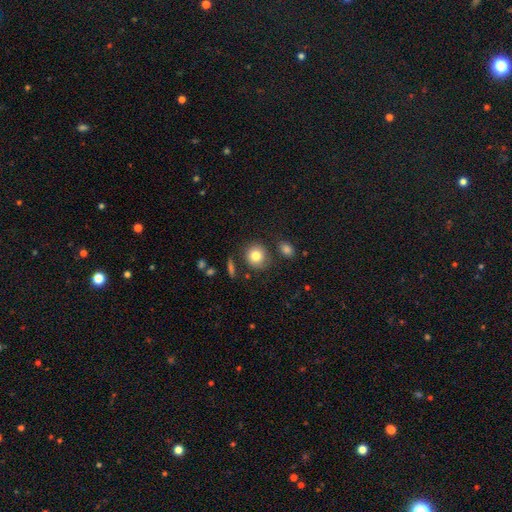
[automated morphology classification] This appears to be a smooth galaxy with no disk features (82%) that is round (84%). Merging: none (80%).